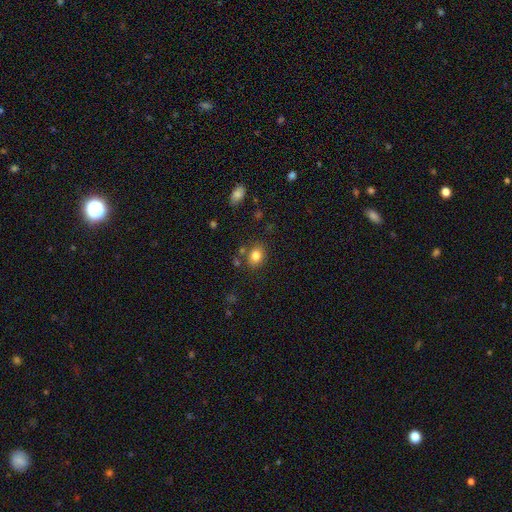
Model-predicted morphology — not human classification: The model was most divided on "how rounded": in between: 55%, round: 44%, cigar-shaped: 1%. More confident: smooth or featured — smooth (82%); merging — none (78%).